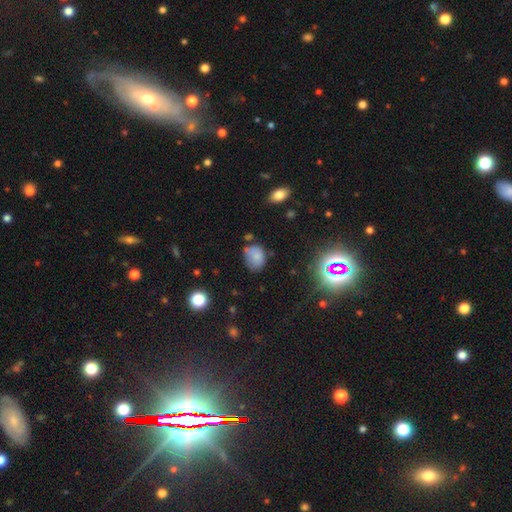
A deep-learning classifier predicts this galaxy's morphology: This is likely a smooth galaxy (77%). How rounded: likely in between (64%). Merging: possibly none (51%).